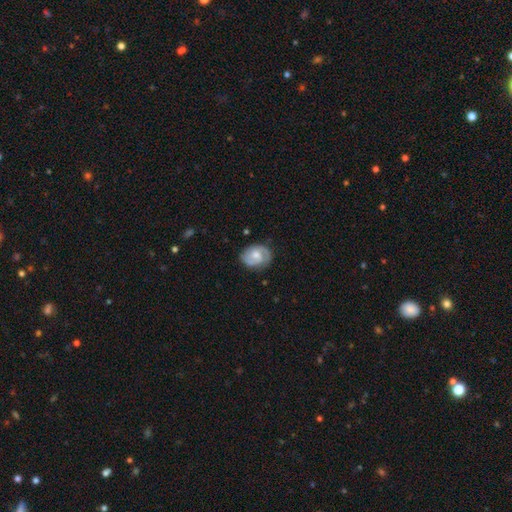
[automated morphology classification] Smooth or featured? Predicted: featured or disk (p=0.64). Edge-on disk? Predicted: no (p=0.97). Bar? Predicted: no (p=0.51). Spiral arms? Predicted: yes (p=0.90). Spiral winding? Predicted: tight (p=0.45). Spiral arm count? Predicted: 2 (p=0.72). Bulge size? Predicted: moderate (p=0.53). Merging? Predicted: none (p=0.76).